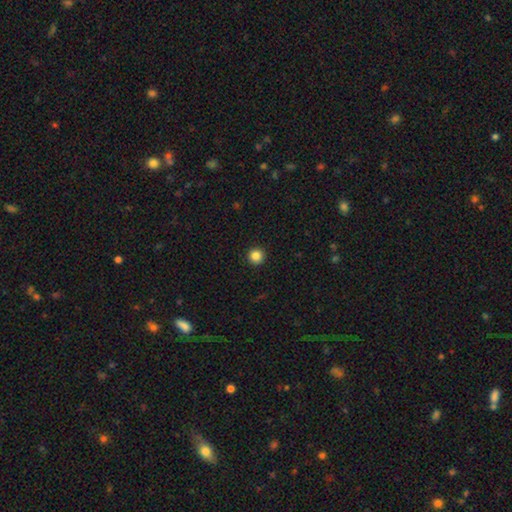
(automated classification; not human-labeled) Overall: smooth (85%). How rounded: round (96%). Merging: none (93%).